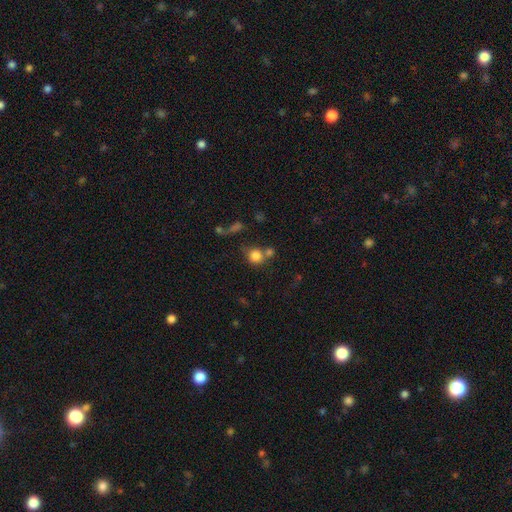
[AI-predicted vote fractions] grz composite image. It shows a smooth galaxy with no disk features (80%) that is round (87%). Merging: none (53%).